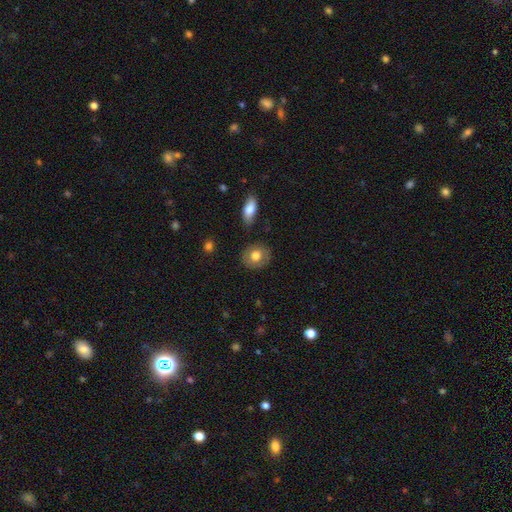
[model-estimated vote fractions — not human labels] Morphology: type=smooth (73%); roundness=round (75%); merging=none (86%).